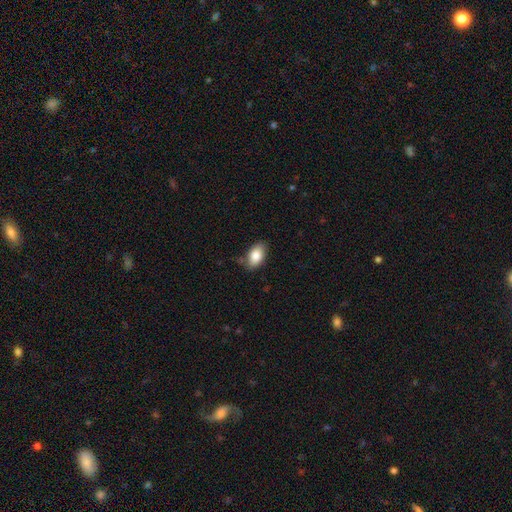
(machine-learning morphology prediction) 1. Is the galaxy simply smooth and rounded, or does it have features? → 83% smooth, 10% featured or disk, 7% star or artifact.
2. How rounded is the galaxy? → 92% in between, 6% round, 2% cigar-shaped.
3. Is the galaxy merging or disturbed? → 73% none, 21% minor disturbance, 4% major disturbance, 2% merger.